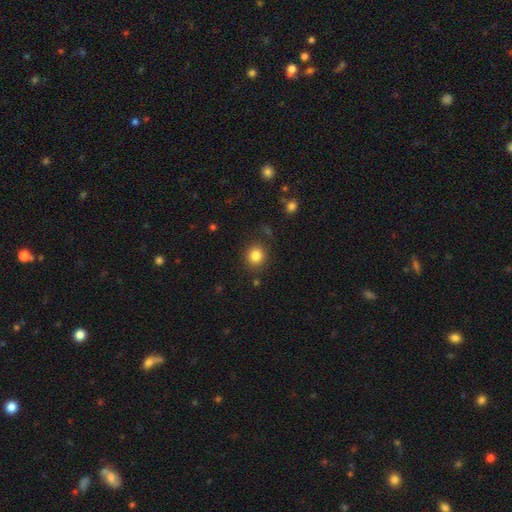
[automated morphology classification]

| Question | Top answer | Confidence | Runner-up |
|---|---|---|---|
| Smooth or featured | smooth | 84% | star or artifact (11%) |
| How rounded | round | 86% | in between (13%) |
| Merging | none | 86% | minor disturbance (9%) |